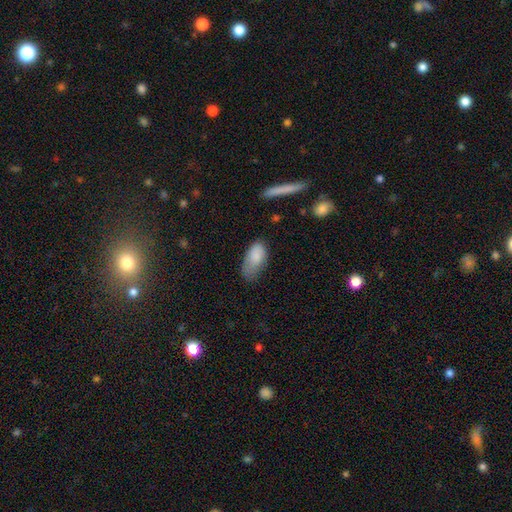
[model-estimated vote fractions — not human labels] Q: Smooth or featured?
A: smooth (83%); runner-up: featured or disk (10%)
Q: How rounded?
A: in between (92%); runner-up: cigar-shaped (5%)
Q: Merging?
A: none (41%); runner-up: minor disturbance (39%)